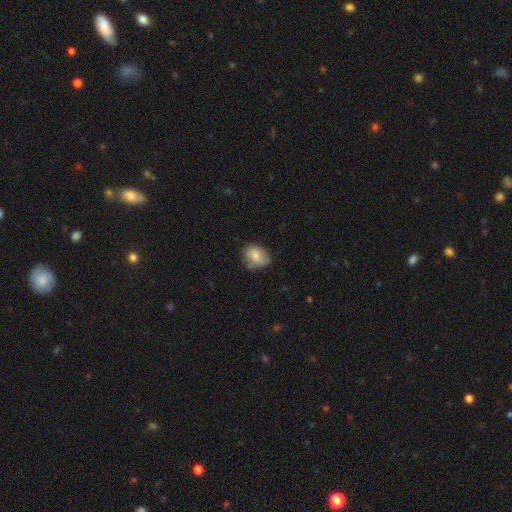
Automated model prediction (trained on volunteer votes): Smooth or featured? smooth (74%)
How rounded? in between (60%)
Merging? none (62%)